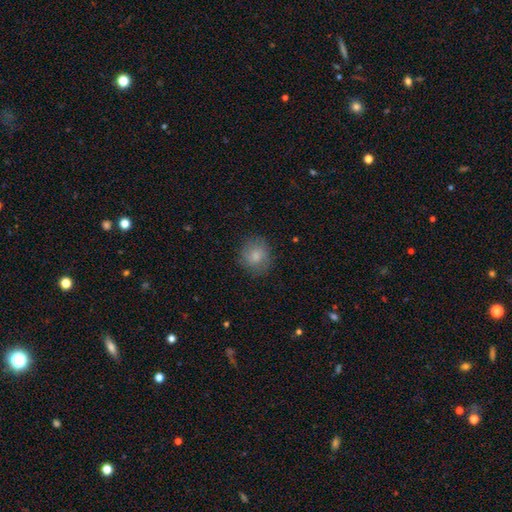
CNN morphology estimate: Smooth or featured? Predicted: smooth (p=0.78). How rounded? Predicted: round (p=0.79). Merging? Predicted: none (p=0.79).